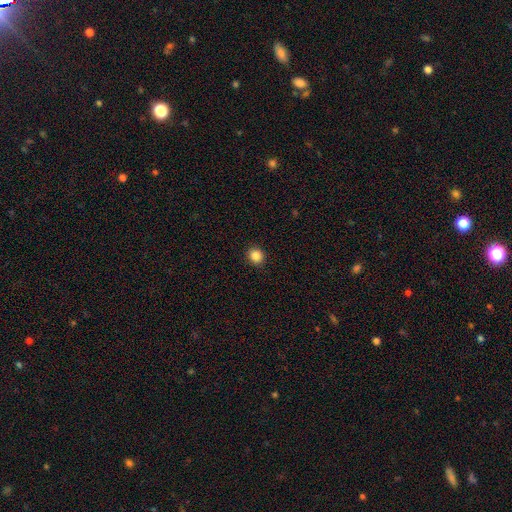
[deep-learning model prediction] Smooth or featured? smooth (87%)
How rounded? round (85%)
Merging? none (92%)